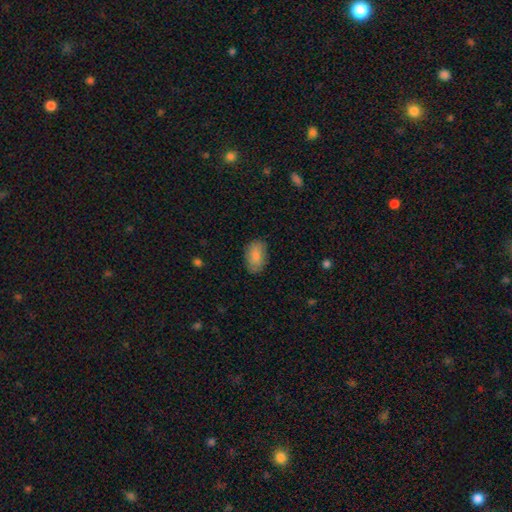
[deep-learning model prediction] Smooth or featured?
  - smooth: 86% *
  - featured or disk: 8%
  - star or artifact: 6%
How rounded?
  - in between: 92% *
  - round: 6%
  - cigar-shaped: 2%
Merging?
  - none: 80% *
  - minor disturbance: 16%
  - major disturbance: 4%
  - merger: 1%